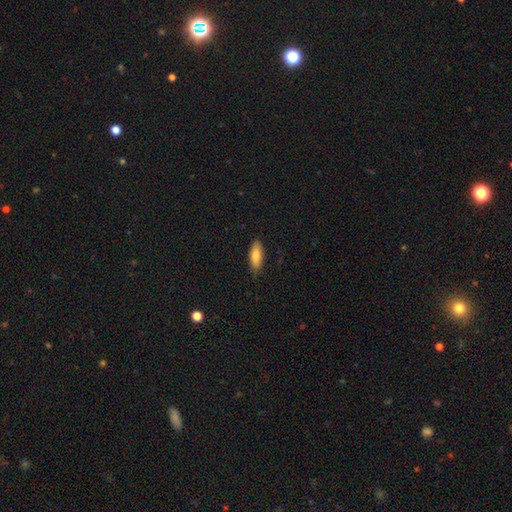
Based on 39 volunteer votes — A smooth galaxy with no disk features (85%) that is in between round and cigar-shaped (58%). Merging: none (79%).